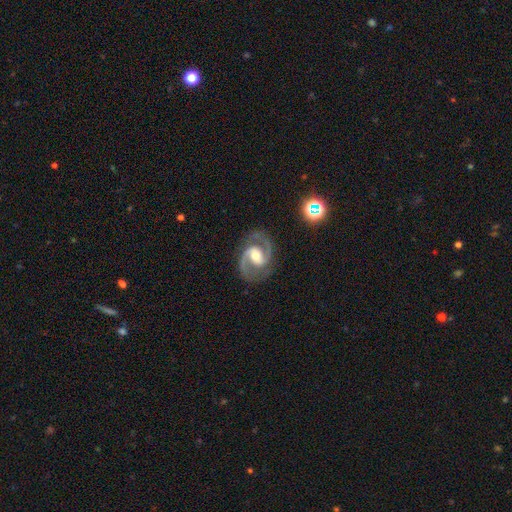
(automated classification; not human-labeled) Smooth or featured? Predicted: featured or disk (p=0.92). Edge-on disk? Predicted: no (p=0.98). Bar? Predicted: weak (p=0.46). Spiral arms? Predicted: yes (p=0.98). Spiral winding? Predicted: medium (p=0.66). Spiral arm count? Predicted: 2 (p=0.94). Bulge size? Predicted: moderate (p=0.68). Merging? Predicted: none (p=0.83).